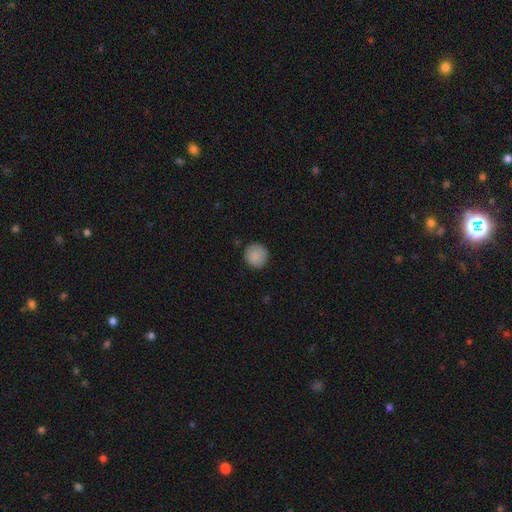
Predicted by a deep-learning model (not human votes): smooth_or_featured: smooth (p=0.88) [alt: star or artifact p=0.07]
how_rounded: round (p=0.95) [alt: in between p=0.04]
merging: none (p=0.89) [alt: minor disturbance p=0.08]